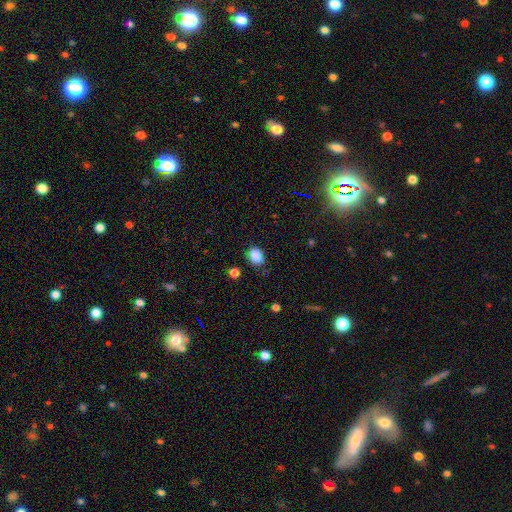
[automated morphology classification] Smooth or featured: smooth — 87% (star or artifact — 9%)
How rounded: in between — 61% (round — 38%)
Merging: none — 76% (minor disturbance — 18%)